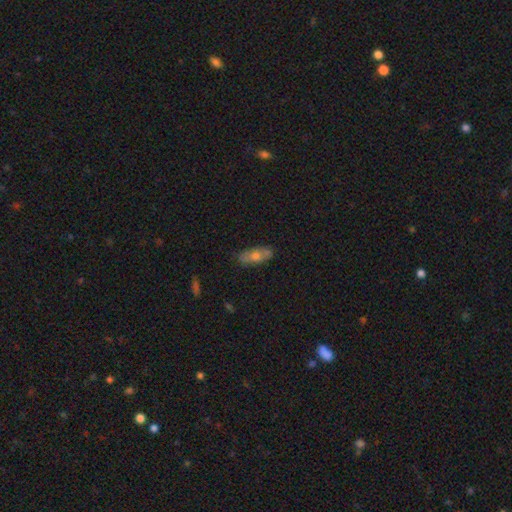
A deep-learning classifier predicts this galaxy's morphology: Q: Smooth or featured?
A: smooth (55%); runner-up: featured or disk (36%)
Q: How rounded?
A: in between (67%); runner-up: cigar-shaped (29%)
Q: Merging?
A: none (76%); runner-up: minor disturbance (18%)